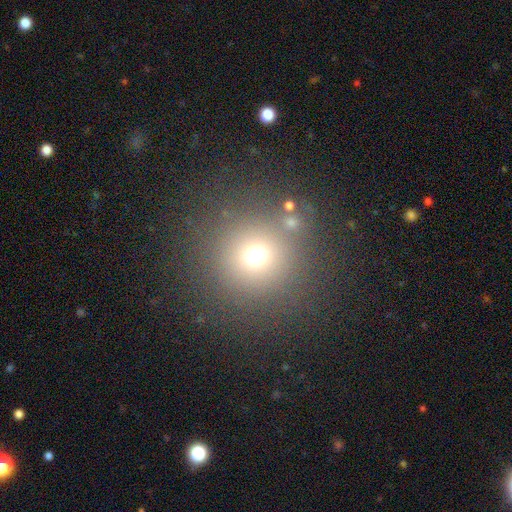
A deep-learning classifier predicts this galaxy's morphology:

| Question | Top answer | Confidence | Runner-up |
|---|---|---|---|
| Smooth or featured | smooth | 68% | star or artifact (22%) |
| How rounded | round | 94% | in between (5%) |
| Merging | none | 81% | minor disturbance (8%) |